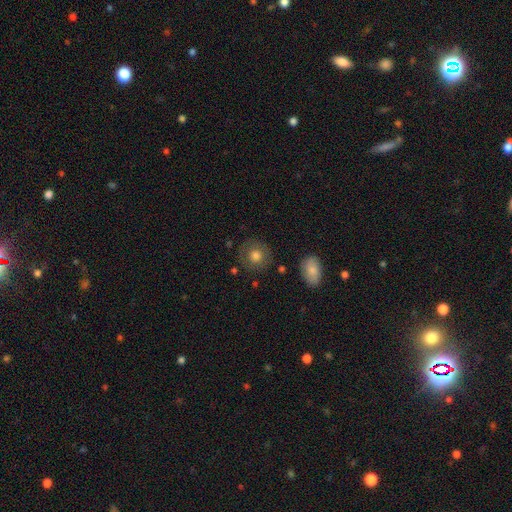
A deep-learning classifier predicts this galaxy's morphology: Smooth or featured?
  - smooth: 72% *
  - featured or disk: 19%
  - star or artifact: 9%
How rounded?
  - round: 90% *
  - in between: 9%
  - cigar-shaped: 1%
Merging?
  - none: 82% *
  - minor disturbance: 12%
  - major disturbance: 4%
  - merger: 2%